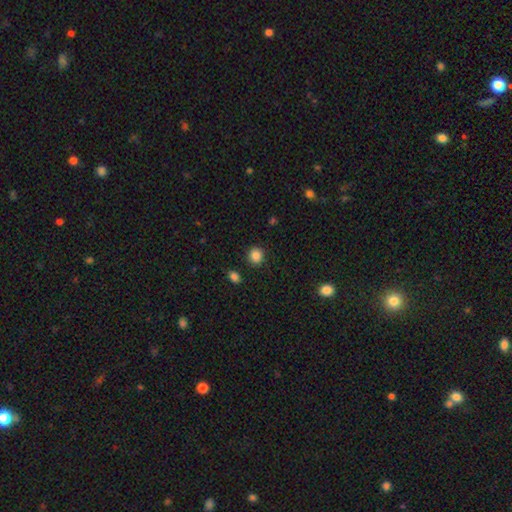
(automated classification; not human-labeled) The model was most divided on "how rounded": round: 86%, in between: 14%, cigar-shaped: 1%. More confident: merging — none (89%); smooth or featured — smooth (86%).